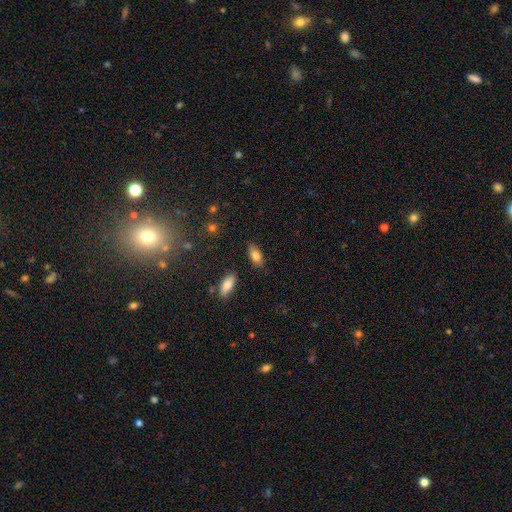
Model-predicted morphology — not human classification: smooth-or-featured: smooth: 81% | featured or disk: 11% | star or artifact: 7%
  how-rounded: in between: 88% | cigar-shaped: 8% | round: 3%
  merging: none: 82% | minor disturbance: 13% | major disturbance: 3% | merger: 2%